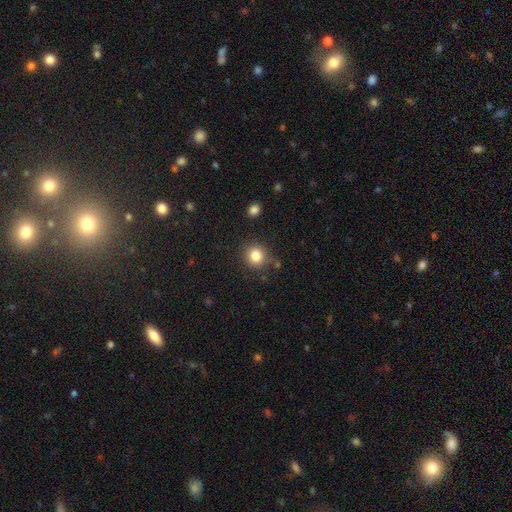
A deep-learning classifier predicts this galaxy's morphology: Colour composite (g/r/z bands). It shows a smooth galaxy with no disk features (82%) that is round (87%). Merging: none (82%).